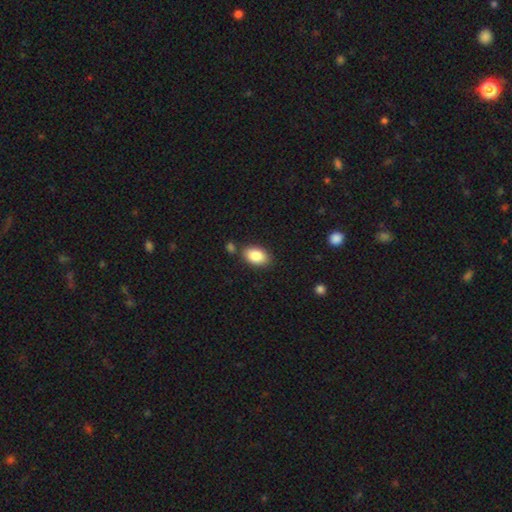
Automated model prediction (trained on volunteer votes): A smooth galaxy with no disk features (86%) that is in between round and cigar-shaped (90%). Merging: none (78%).